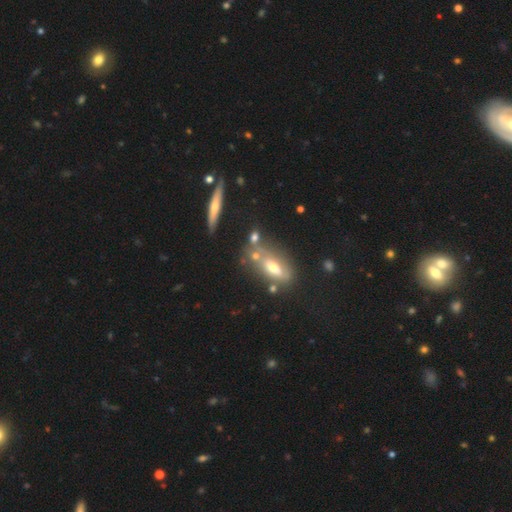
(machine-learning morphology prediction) Smooth or featured? Predicted: smooth (p=0.53). How rounded? Predicted: in between (p=0.63). Merging? Predicted: none (p=0.49).